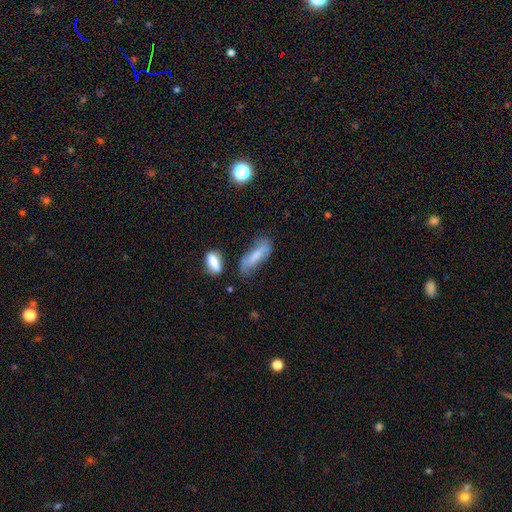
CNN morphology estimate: Smooth or featured: smooth — 68% (featured or disk — 23%)
How rounded: in between — 52% (cigar-shaped — 46%)
Merging: none — 64% (minor disturbance — 24%)